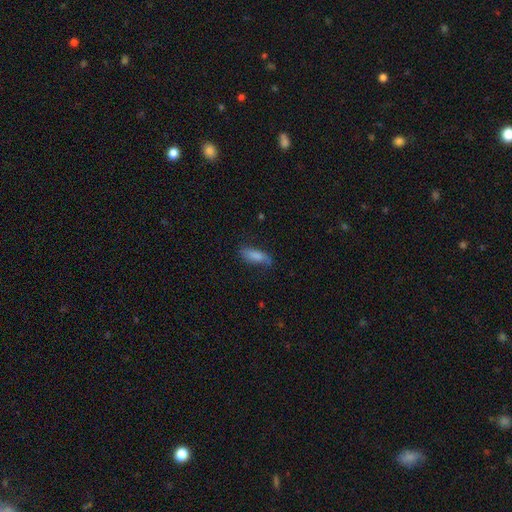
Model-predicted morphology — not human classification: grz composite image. It shows a smooth galaxy with no disk features (80%) that is in between round and cigar-shaped (68%). Merging: none (62%).